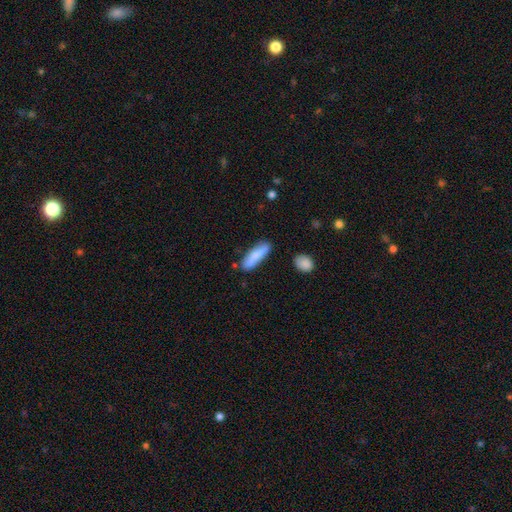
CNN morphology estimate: Smooth or featured?
  - smooth: 81% *
  - featured or disk: 13%
  - star or artifact: 6%
How rounded?
  - cigar-shaped: 60% *
  - in between: 38%
  - round: 2%
Merging?
  - none: 76% *
  - minor disturbance: 16%
  - merger: 5%
  - major disturbance: 3%